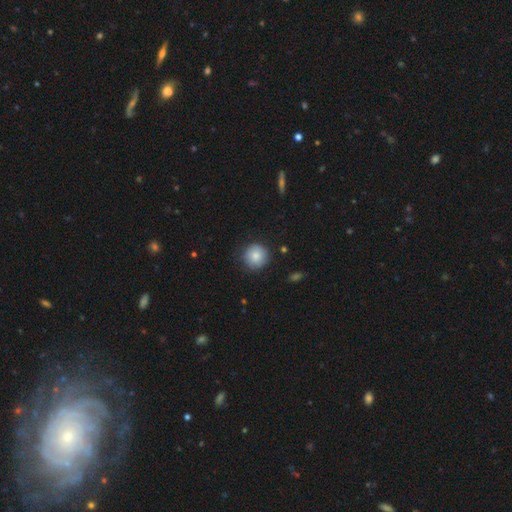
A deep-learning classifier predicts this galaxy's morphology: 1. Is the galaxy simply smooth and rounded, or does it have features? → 80% smooth, 12% featured or disk, 7% star or artifact.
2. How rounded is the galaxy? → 94% round, 5% in between, 1% cigar-shaped.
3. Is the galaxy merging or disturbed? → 81% none, 14% minor disturbance, 3% major disturbance, 1% merger.